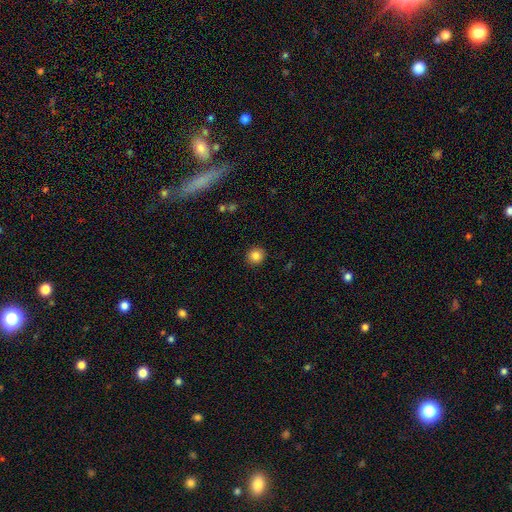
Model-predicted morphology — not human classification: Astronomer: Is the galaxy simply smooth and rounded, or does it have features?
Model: smooth — 84%.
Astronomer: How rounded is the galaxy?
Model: round — 89%.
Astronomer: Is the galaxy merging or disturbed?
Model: none — 92%.